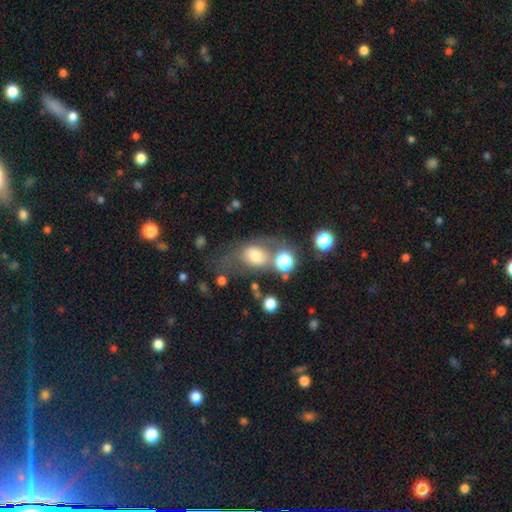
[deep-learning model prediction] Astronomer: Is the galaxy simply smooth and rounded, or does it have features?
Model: smooth — 63%.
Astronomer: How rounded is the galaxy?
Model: in between — 63%.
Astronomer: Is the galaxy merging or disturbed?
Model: none — 43% (runner-up: major disturbance, 22%).